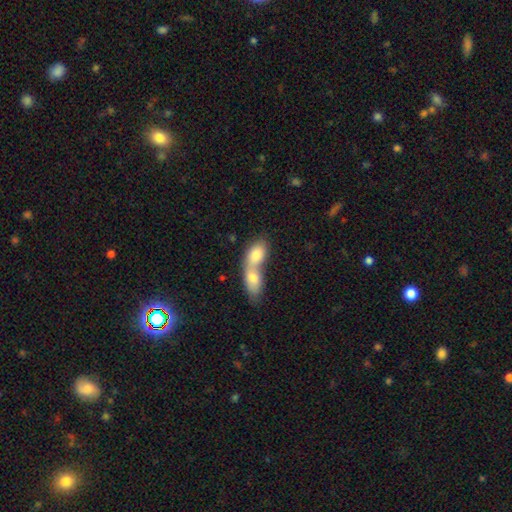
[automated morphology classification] smooth 75%, featured or disk 17%, star or artifact 7%. Down the decision tree: how rounded — in between (79%); merging — merger (80%).